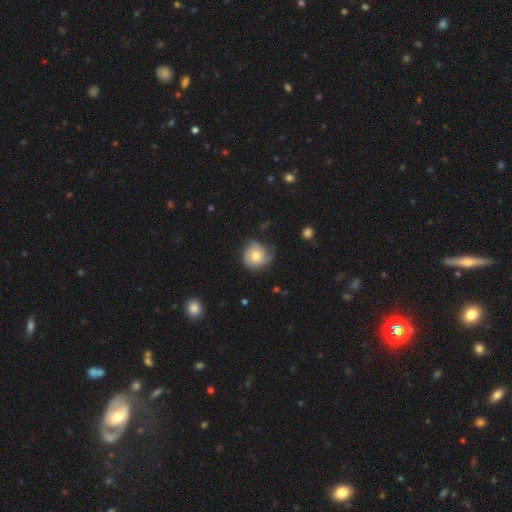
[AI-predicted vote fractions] Morphology: type=smooth (50%); roundness=round (84%); merging=none (61%).